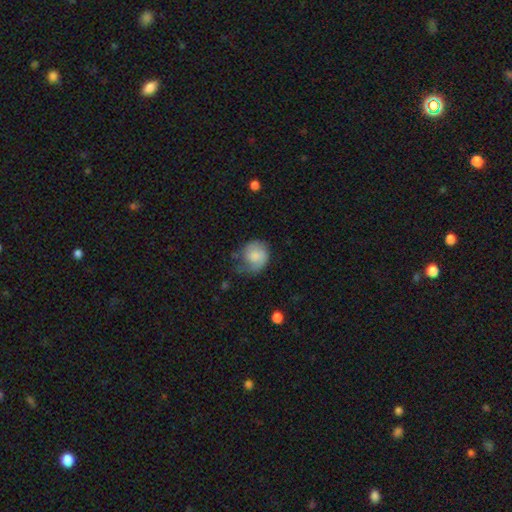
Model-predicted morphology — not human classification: Smooth or featured?
  - smooth: 58% *
  - featured or disk: 35%
  - star or artifact: 7%
How rounded?
  - round: 76% *
  - in between: 23%
  - cigar-shaped: 1%
Merging?
  - none: 41% *
  - minor disturbance: 34%
  - major disturbance: 23%
  - merger: 2%